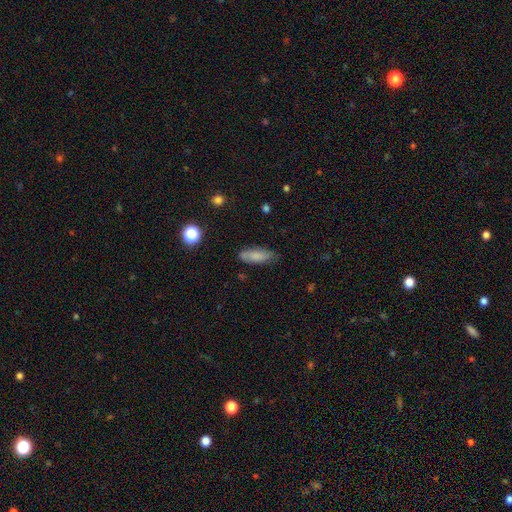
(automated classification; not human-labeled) The model was most divided on "how rounded": in between: 65%, cigar-shaped: 33%, round: 2%. More confident: smooth or featured — smooth (80%); merging — none (75%).